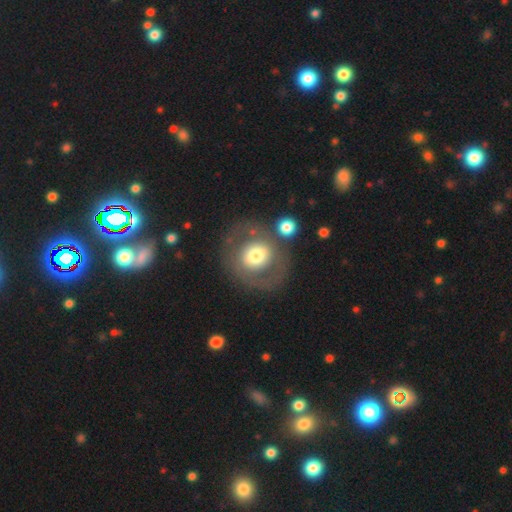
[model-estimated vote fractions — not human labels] Morphology: type=smooth (54%); roundness=round (85%); merging=none (70%).